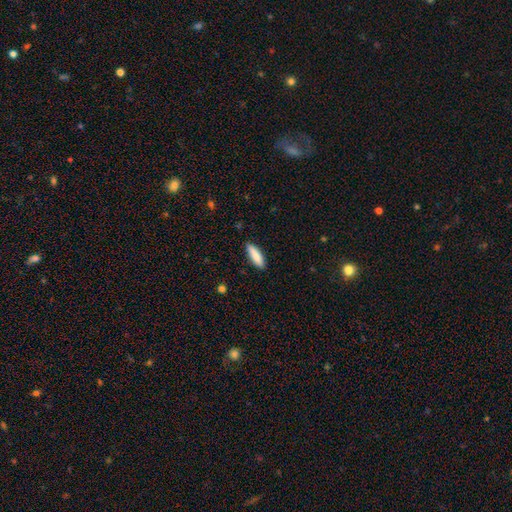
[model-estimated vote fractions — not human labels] Smooth or featured?
  - smooth: 87% *
  - featured or disk: 8%
  - star or artifact: 6%
How rounded?
  - cigar-shaped: 54% *
  - in between: 44%
  - round: 2%
Merging?
  - none: 87% *
  - minor disturbance: 10%
  - major disturbance: 2%
  - merger: 1%